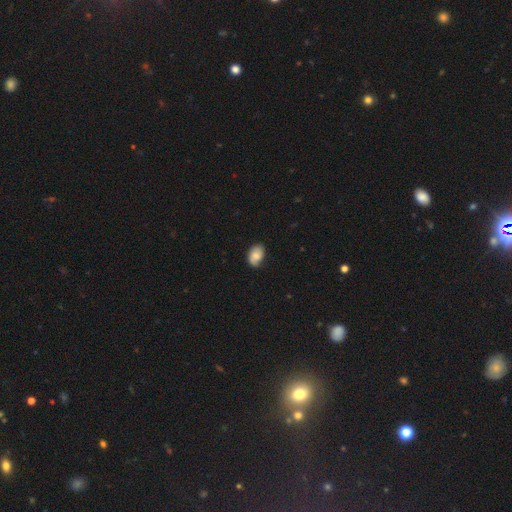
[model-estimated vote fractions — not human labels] A smooth galaxy with no disk features (72%) that is in between round and cigar-shaped (85%).

Vote fractions:
- Smooth or featured? smooth: 72% / featured or disk: 21% / star or artifact: 8%
- How rounded? in between: 85% / round: 14% / cigar-shaped: 1%
- Merging? none: 71% / minor disturbance: 24% / major disturbance: 4% / merger: 1%